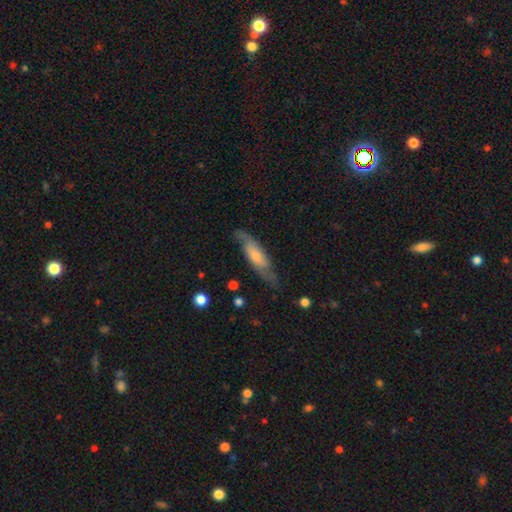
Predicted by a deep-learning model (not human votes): Smooth or featured? featured or disk (61%)
Edge-on disk? no (67%)
Merging? none (73%)